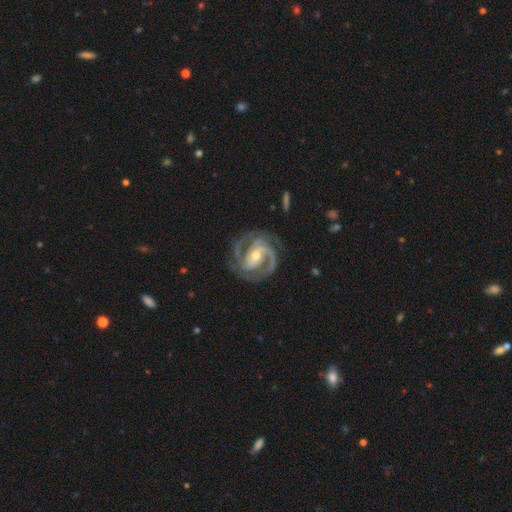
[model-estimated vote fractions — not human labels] A featured or disk galaxy (93%) with a weak bar (38%), 2 (54%) tight (55%) spiral arms (99%) and a moderate central bulge (54%).

Vote fractions:
- Smooth or featured? featured or disk: 93% / star or artifact: 4% / smooth: 3%
- Edge-on disk? no: 98% / yes: 2%
- Bar? weak: 38% / no: 31% / strong: 31%
- Spiral arms? yes: 99% / no: 1%
- Spiral winding? tight: 55% / medium: 40% / loose: 5%
- Spiral arm count? 2: 54% / 3: 31% / can't tell: 5% / 4: 4% / 1: 3% / more than 4: 3%
- Bulge size? moderate: 54% / small: 43% / large: 2% / none: 1% / dominant: 1%
- Merging? none: 79% / minor disturbance: 14% / major disturbance: 6% / merger: 1%